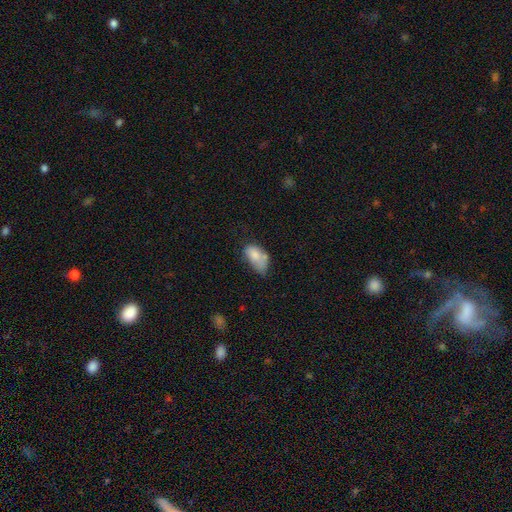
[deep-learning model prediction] A smooth galaxy with no disk features (75%) that is in between round and cigar-shaped (91%). Merging: minor disturbance (34%).